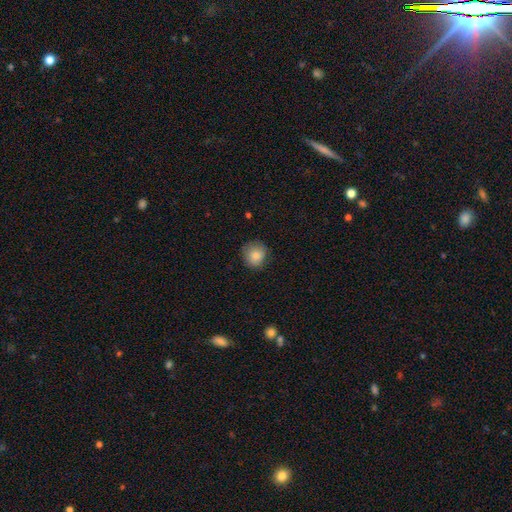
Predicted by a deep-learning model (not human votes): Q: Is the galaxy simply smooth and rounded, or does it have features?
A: smooth — 82%.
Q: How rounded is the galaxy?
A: round — 88%.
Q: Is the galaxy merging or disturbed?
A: none — 77%.